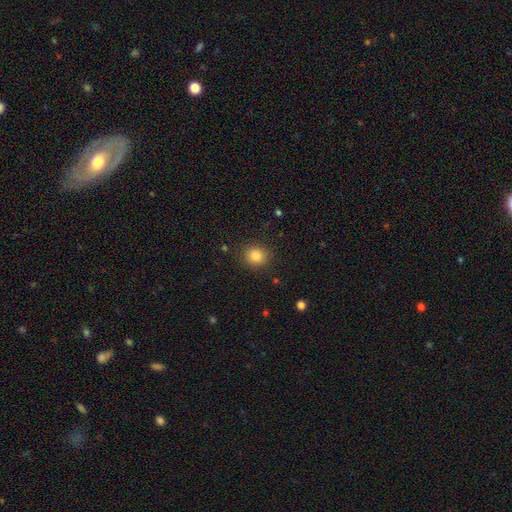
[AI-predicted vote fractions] A smooth galaxy with no disk features (83%) that is round (81%).

Vote fractions:
- Smooth or featured? smooth: 83% / star or artifact: 11% / featured or disk: 6%
- How rounded? round: 81% / in between: 18% / cigar-shaped: 1%
- Merging? none: 88% / minor disturbance: 8% / major disturbance: 3% / merger: 1%